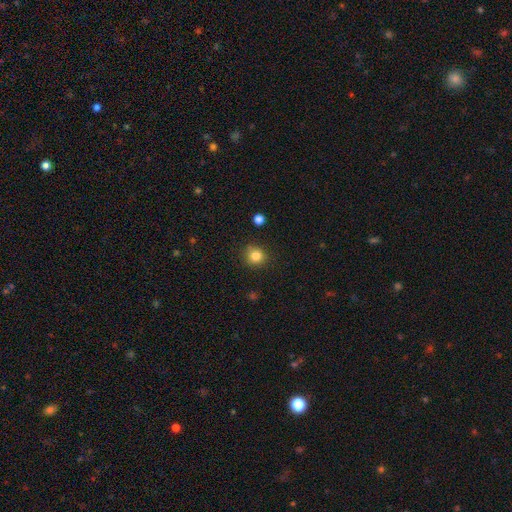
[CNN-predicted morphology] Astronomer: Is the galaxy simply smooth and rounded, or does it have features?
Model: smooth — 83%.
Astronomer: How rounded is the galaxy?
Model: round — 90%.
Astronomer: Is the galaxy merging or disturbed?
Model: none — 86%.